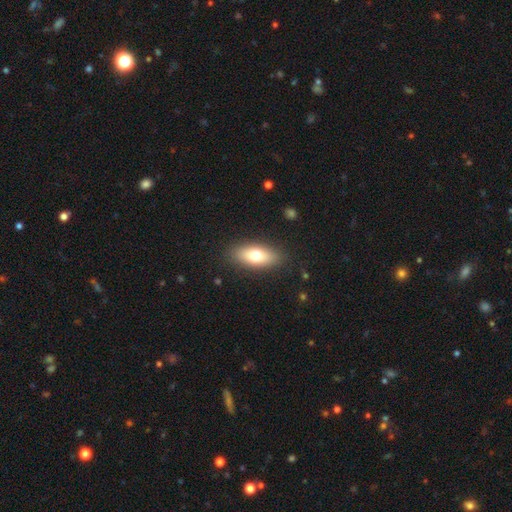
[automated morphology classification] This is likely a smooth galaxy (71%). How rounded: likely in between (78%). Merging: clearly none (87%).